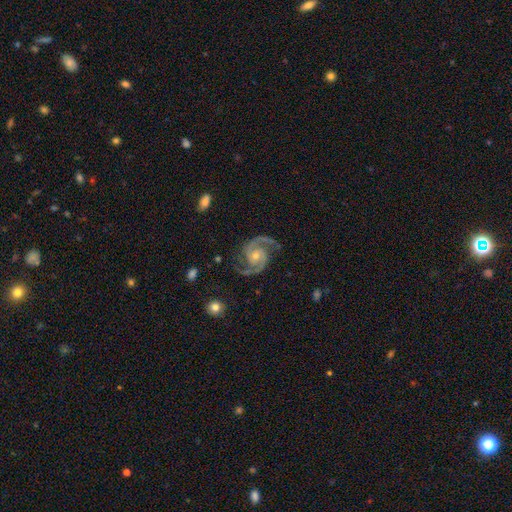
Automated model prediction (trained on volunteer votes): A featured or disk galaxy (94%) with no bar (65%), 2 (92%) medium (58%) spiral arms (99%) and a small central bulge (55%). Merging: none (81%).